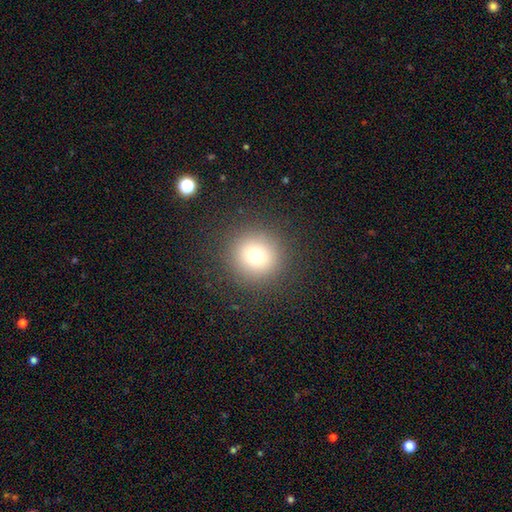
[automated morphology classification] This is likely a smooth galaxy (74%). How rounded: clearly round (94%). Merging: clearly none (90%).